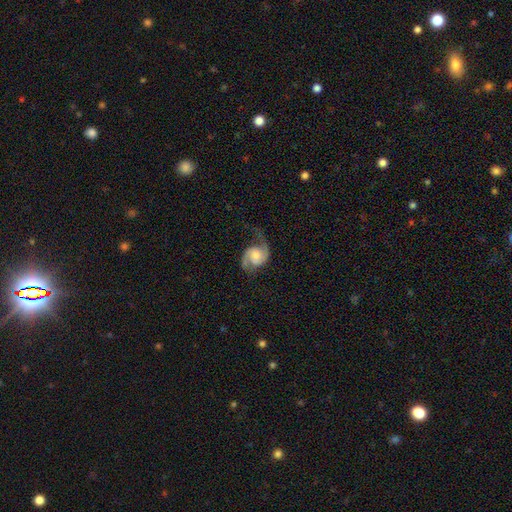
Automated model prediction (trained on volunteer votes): featured or disk 84%, smooth 10%, star or artifact 6%. Down the decision tree: edge-on disk — no (98%); bar — no (62%); spiral arms — yes (97%); spiral arm count — 2 (90%); spiral winding — loose (44%); bulge size — moderate (37%); merging — none (62%).